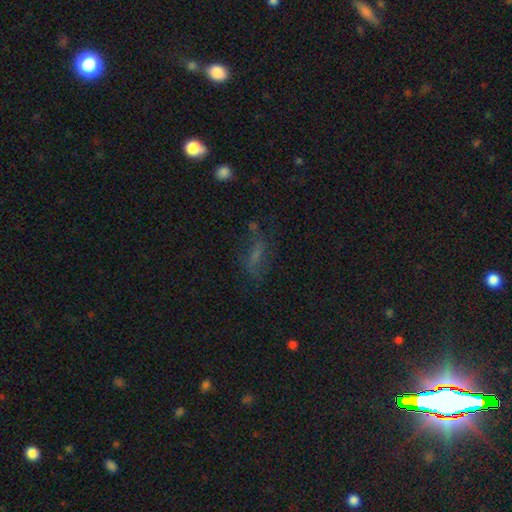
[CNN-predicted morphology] type=smooth (43%); merging=none (58%).